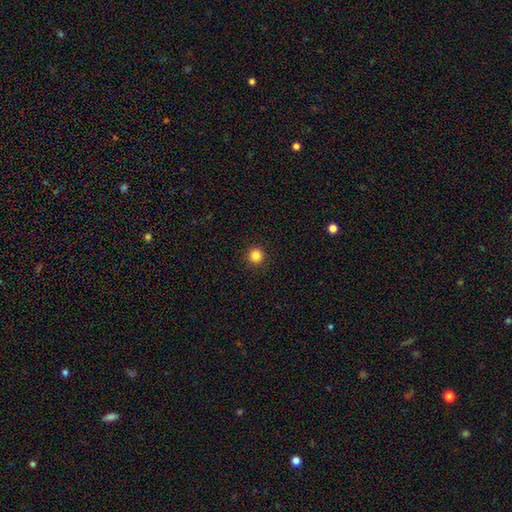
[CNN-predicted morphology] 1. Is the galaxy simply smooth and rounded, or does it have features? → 84% smooth, 12% star or artifact, 4% featured or disk.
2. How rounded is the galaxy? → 95% round, 4% in between, 1% cigar-shaped.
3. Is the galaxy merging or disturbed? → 93% none, 5% minor disturbance, 2% major disturbance, 1% merger.